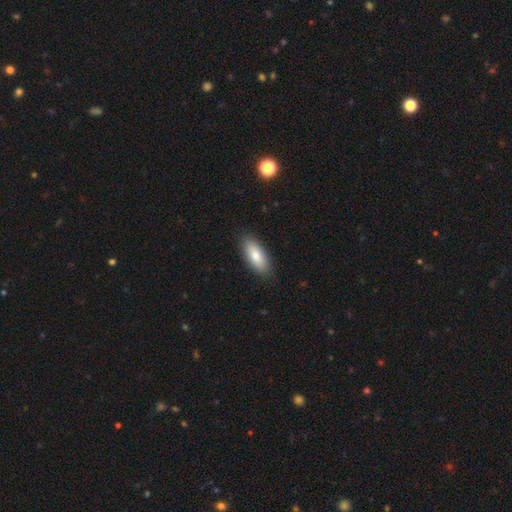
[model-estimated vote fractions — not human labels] A smooth galaxy with no disk features (76%) that is in between round and cigar-shaped (79%).

Vote fractions:
- Smooth or featured? smooth: 76% / featured or disk: 17% / star or artifact: 6%
- How rounded? in between: 79% / cigar-shaped: 18% / round: 2%
- Merging? none: 88% / minor disturbance: 9% / major disturbance: 2% / merger: 1%